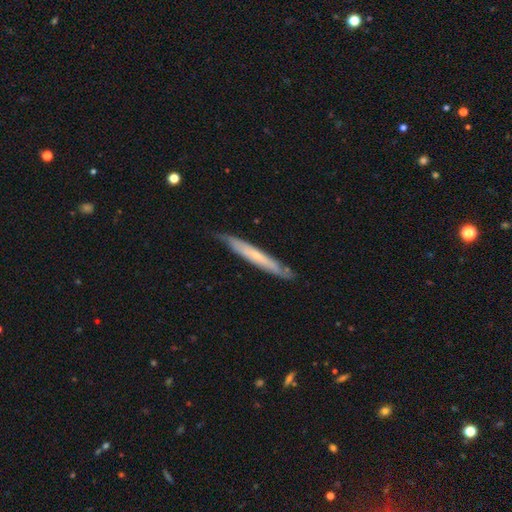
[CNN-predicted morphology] Smooth or featured? featured or disk (57%)
Edge-on disk? yes (79%)
Merging? none (79%)